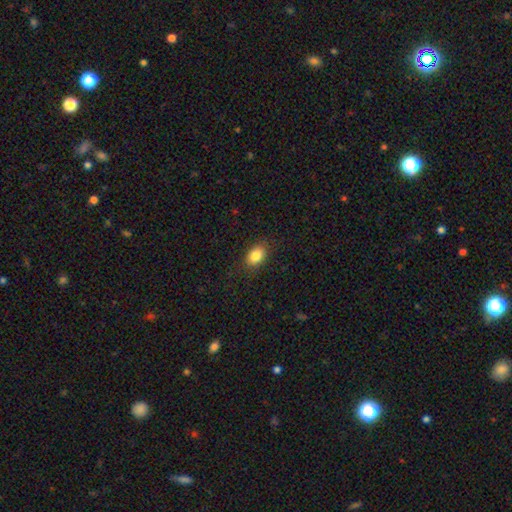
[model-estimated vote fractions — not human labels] smooth_or_featured: smooth (p=0.84) [alt: star or artifact p=0.08]
how_rounded: in between (p=0.81) [alt: round p=0.18]
merging: none (p=0.86) [alt: minor disturbance p=0.10]